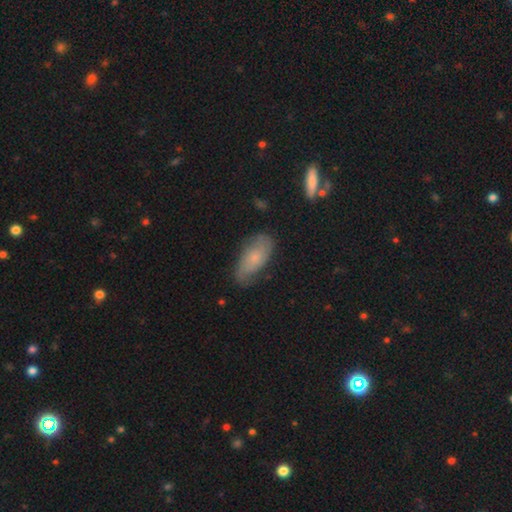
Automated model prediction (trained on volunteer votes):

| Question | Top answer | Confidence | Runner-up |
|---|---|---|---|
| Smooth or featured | smooth | 48% | featured or disk (44%) |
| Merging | none | 67% | minor disturbance (25%) |